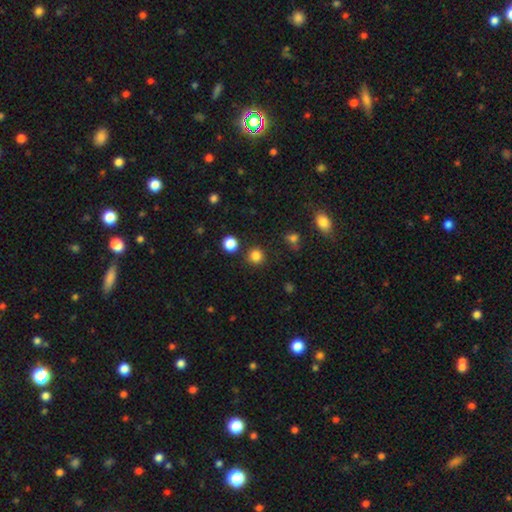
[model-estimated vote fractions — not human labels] A smooth galaxy with no disk features (82%) that is round (92%).

Vote fractions:
- Smooth or featured? smooth: 82% / star or artifact: 14% / featured or disk: 4%
- How rounded? round: 92% / in between: 7% / cigar-shaped: 1%
- Merging? none: 86% / minor disturbance: 7% / merger: 5% / major disturbance: 3%